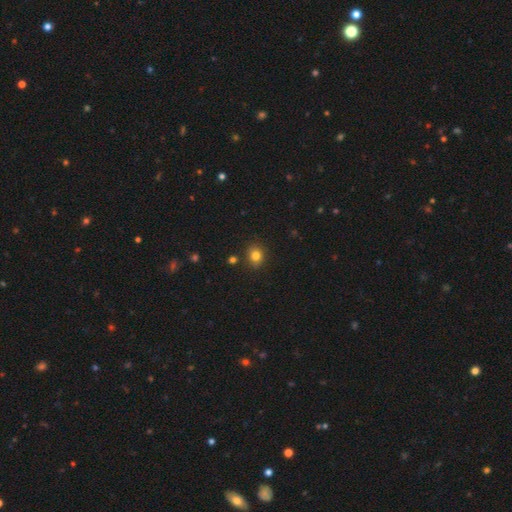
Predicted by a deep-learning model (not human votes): A smooth galaxy with no disk features (81%) that is round (67%). Merging: none (85%).